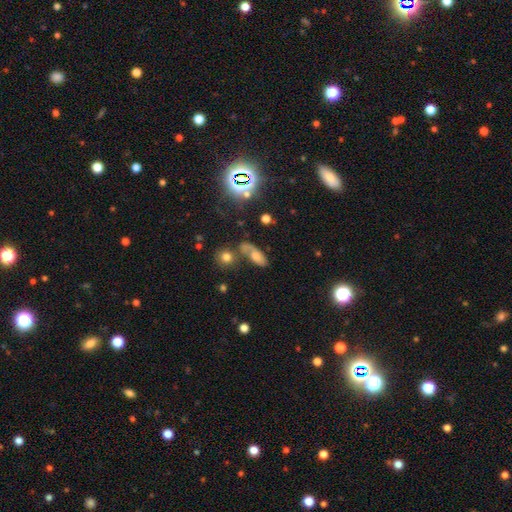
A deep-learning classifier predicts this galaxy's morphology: smooth-or-featured: smooth: 56% | featured or disk: 27% | star or artifact: 17%
  how-rounded: in between: 77% | cigar-shaped: 16% | round: 7%
  merging: none: 39% | merger: 24% | minor disturbance: 20% | major disturbance: 17%